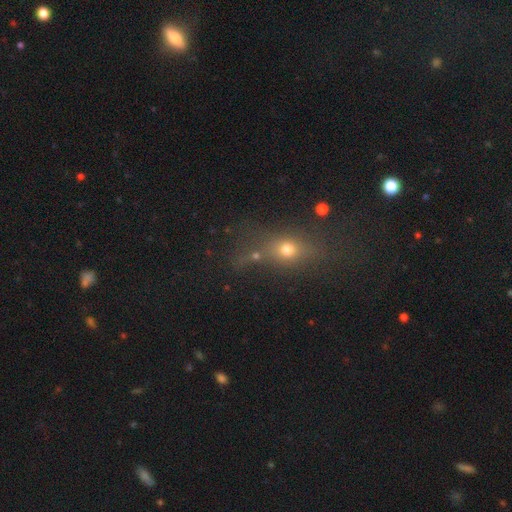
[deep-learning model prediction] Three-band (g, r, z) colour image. It shows a smooth galaxy with no disk features (49%). Merging: none (60%).